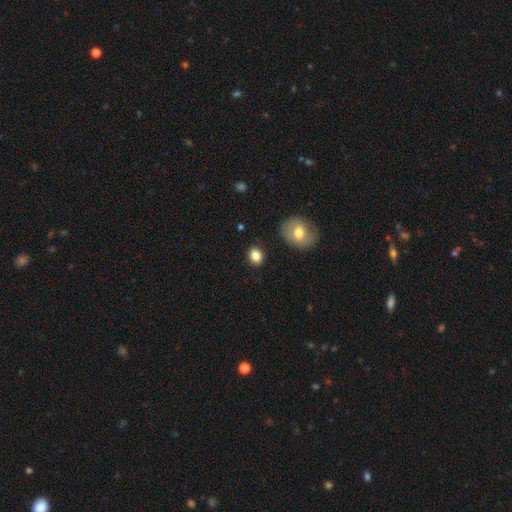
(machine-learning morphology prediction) smooth 84%, star or artifact 9%, featured or disk 6%. Down the decision tree: how rounded — round (55%); merging — none (87%).